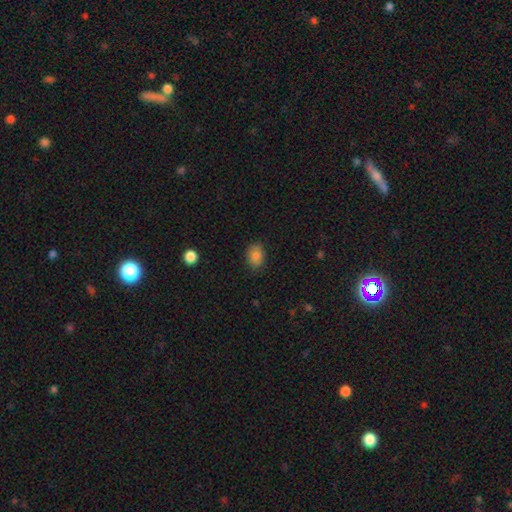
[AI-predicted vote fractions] A smooth galaxy with no disk features (86%) that is in between round and cigar-shaped (73%). Merging: none (85%).